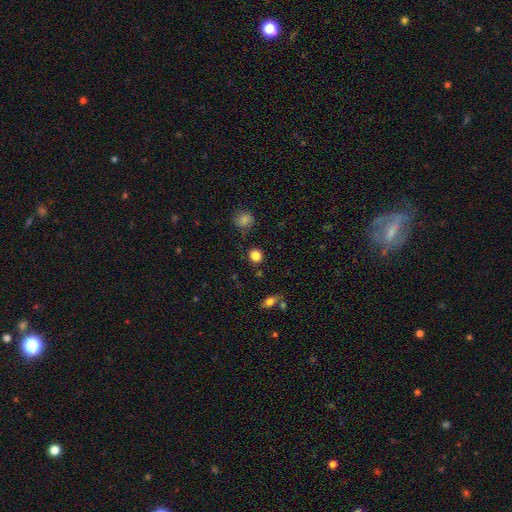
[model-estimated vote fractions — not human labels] This is clearly a smooth galaxy (85%). How rounded: clearly round (88%). Merging: clearly none (87%).